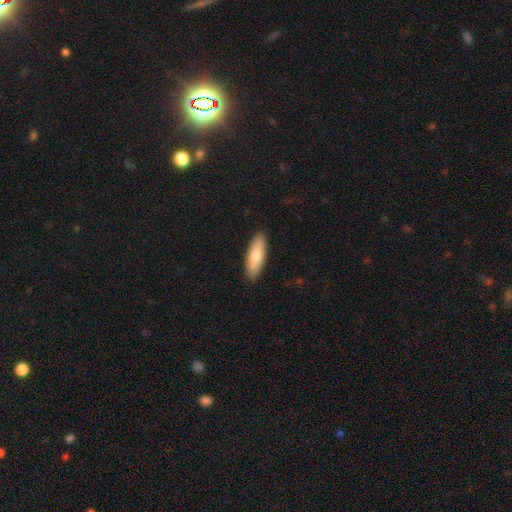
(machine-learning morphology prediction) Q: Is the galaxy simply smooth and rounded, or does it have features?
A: smooth — 74%.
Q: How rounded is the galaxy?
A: in between — 53%.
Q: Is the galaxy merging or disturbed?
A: none — 89%.